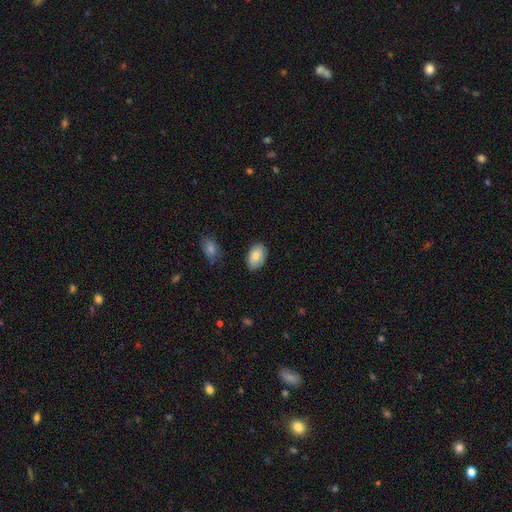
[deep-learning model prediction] Overall: smooth (76%). How rounded: in between (90%). Merging: none (80%).